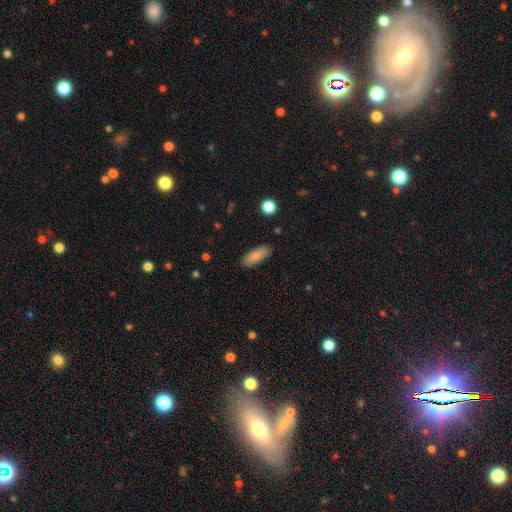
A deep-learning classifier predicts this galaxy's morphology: This is clearly a smooth galaxy (84%). How rounded: likely in between (71%). Merging: clearly none (87%).